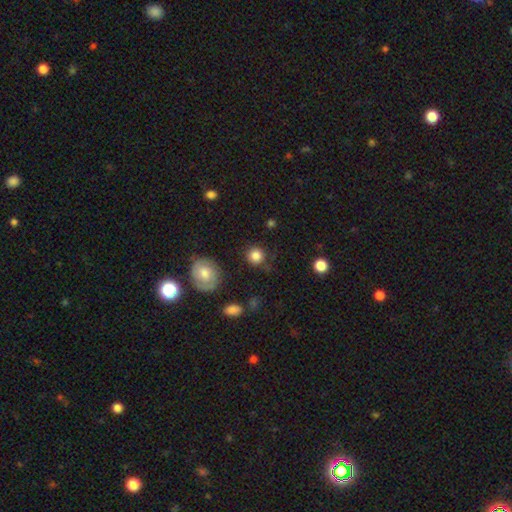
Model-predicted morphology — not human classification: type=smooth (84%); roundness=round (91%); merging=none (80%).